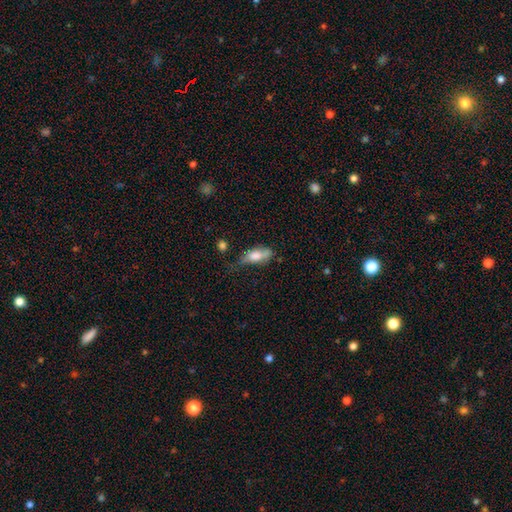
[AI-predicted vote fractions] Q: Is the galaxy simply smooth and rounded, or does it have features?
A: smooth — 72%.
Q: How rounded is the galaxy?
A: in between — 76%.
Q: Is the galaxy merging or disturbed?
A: none — 44%.